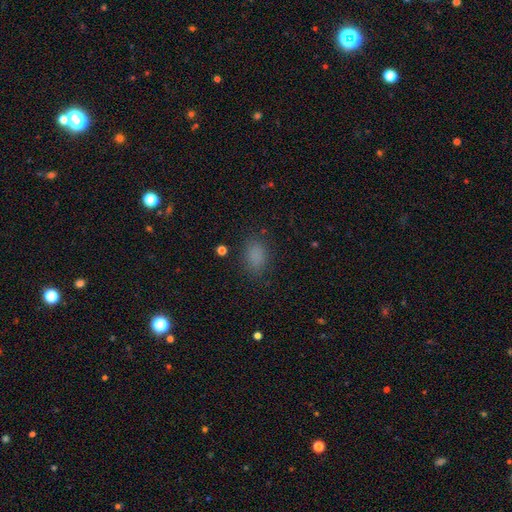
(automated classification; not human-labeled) Morphology: type=smooth (82%); roundness=in between (77%); merging=none (82%).